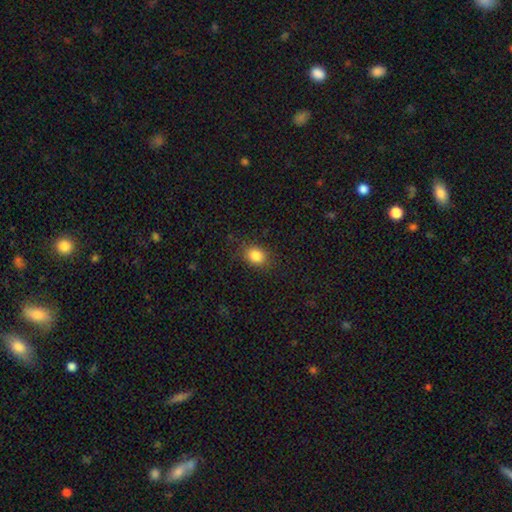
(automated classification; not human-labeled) Overall: smooth (85%). How rounded: round (52%; in between 47%). Merging: none (84%).